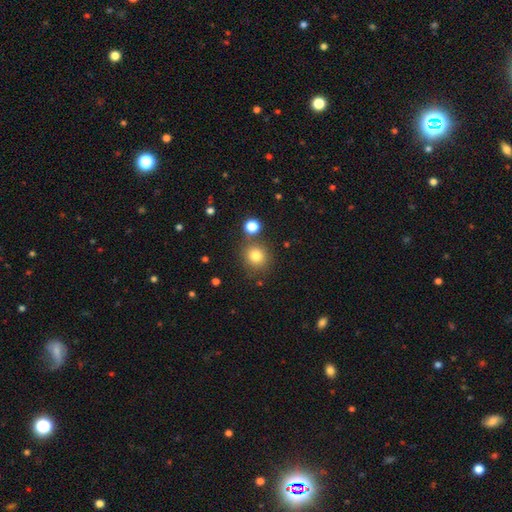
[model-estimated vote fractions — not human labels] The model was most divided on "merging": none: 77%, merger: 10%, minor disturbance: 9%, major disturbance: 3%. More confident: how rounded — round (88%); smooth or featured — smooth (80%).